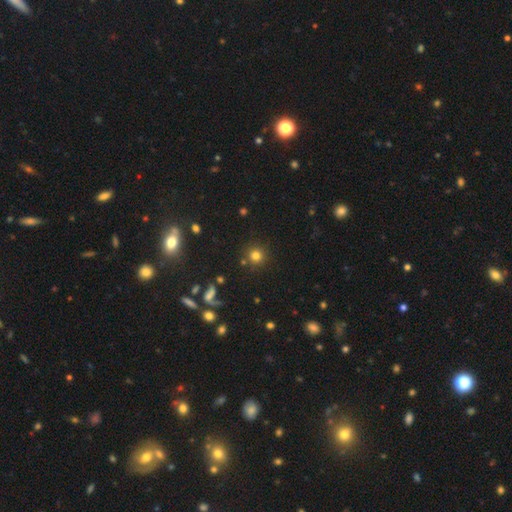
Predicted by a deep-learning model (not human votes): smooth 77%, star or artifact 17%, featured or disk 7%. Down the decision tree: how rounded — round (93%); merging — none (85%).